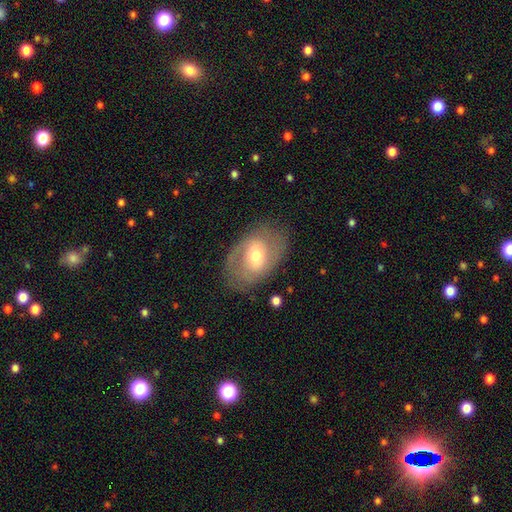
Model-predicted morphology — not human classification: smooth_or_featured: featured or disk (p=0.59) [alt: smooth p=0.34]
disk_edge_on: no (p=0.94) [alt: yes p=0.06]
bar: weak (p=0.44) [alt: no p=0.38]
has_spiral_arms: yes (p=0.67) [alt: no p=0.33]
bulge_size: moderate (p=0.63) [alt: small p=0.27]
merging: none (p=0.76) [alt: minor disturbance p=0.16]